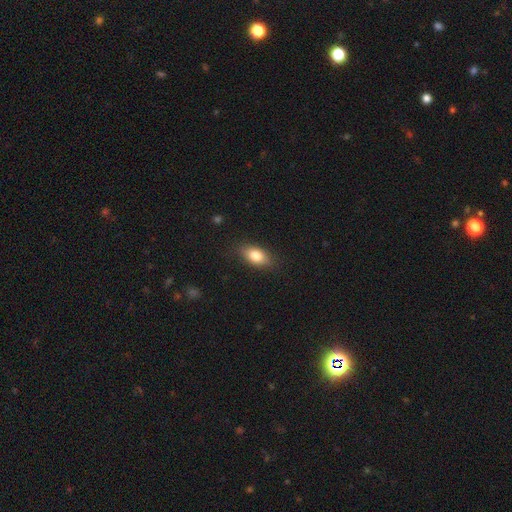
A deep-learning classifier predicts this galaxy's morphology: smooth 81%, featured or disk 11%, star or artifact 8%. Down the decision tree: how rounded — in between (86%); merging — none (85%).